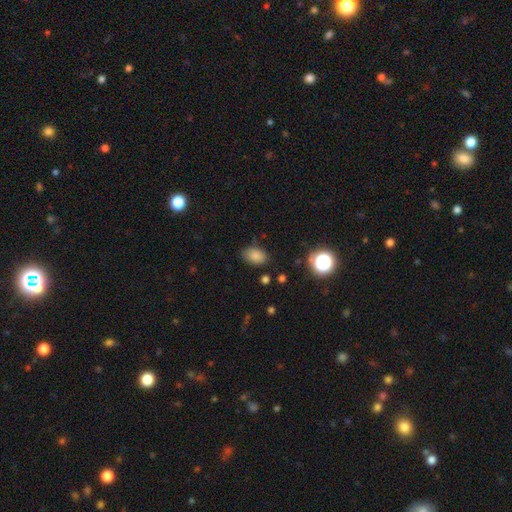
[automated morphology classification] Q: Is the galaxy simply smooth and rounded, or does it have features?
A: smooth — 82%.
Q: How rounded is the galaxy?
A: in between — 81%.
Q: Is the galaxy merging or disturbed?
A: none — 78%.